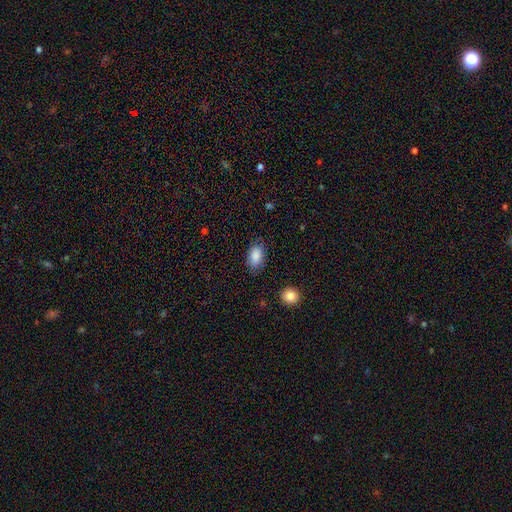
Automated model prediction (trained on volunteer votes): smooth 87%, star or artifact 7%, featured or disk 5%. Down the decision tree: how rounded — in between (91%); merging — none (80%).